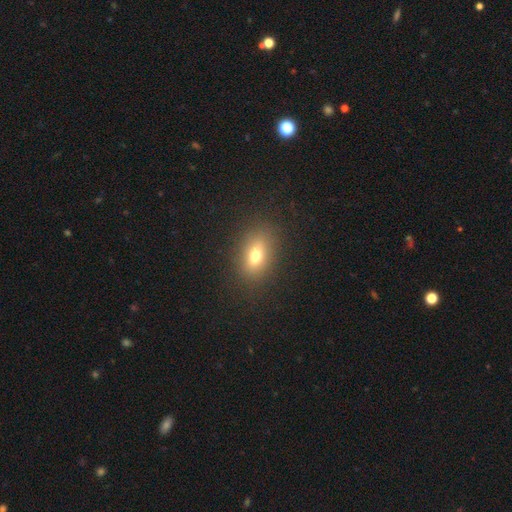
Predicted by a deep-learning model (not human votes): This is likely a smooth galaxy (73%). How rounded: likely in between (79%). Merging: clearly none (85%).